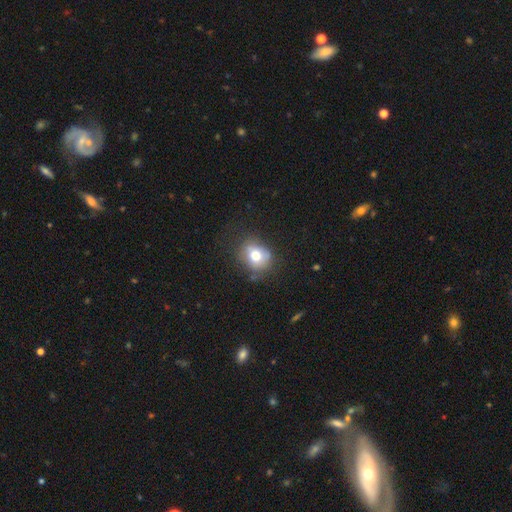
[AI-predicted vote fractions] A smooth galaxy with no disk features (70%) that is round (70%).

Vote fractions:
- Smooth or featured? smooth: 70% / featured or disk: 18% / star or artifact: 11%
- How rounded? round: 70% / in between: 29% / cigar-shaped: 1%
- Merging? none: 67% / minor disturbance: 22% / major disturbance: 8% / merger: 3%